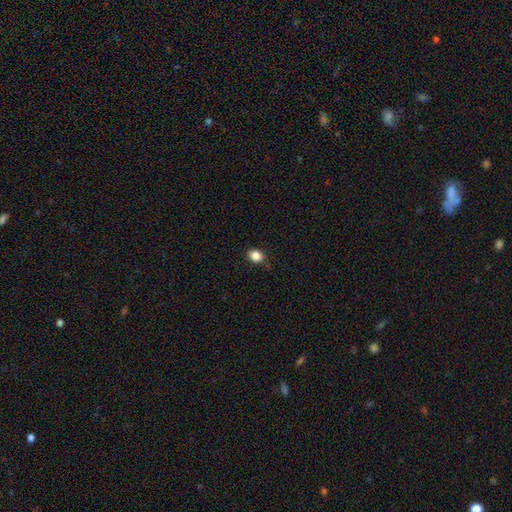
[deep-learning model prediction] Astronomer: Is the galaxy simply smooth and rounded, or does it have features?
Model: smooth — 85%.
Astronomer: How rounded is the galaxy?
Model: round — 60% (runner-up: in between, 39%).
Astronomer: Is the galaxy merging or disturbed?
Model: none — 85%.